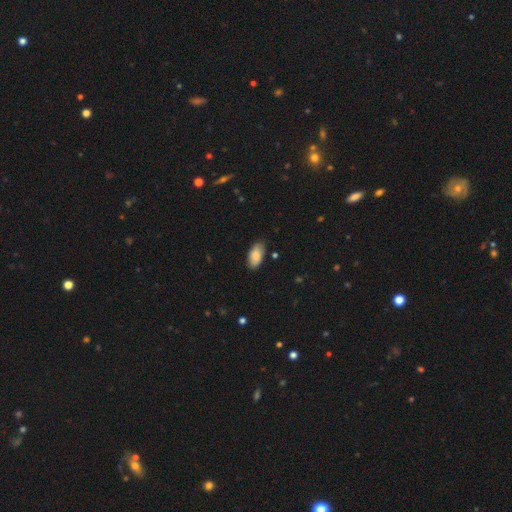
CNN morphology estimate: smooth 85%, featured or disk 9%, star or artifact 6%. Down the decision tree: how rounded — in between (94%); merging — none (82%).